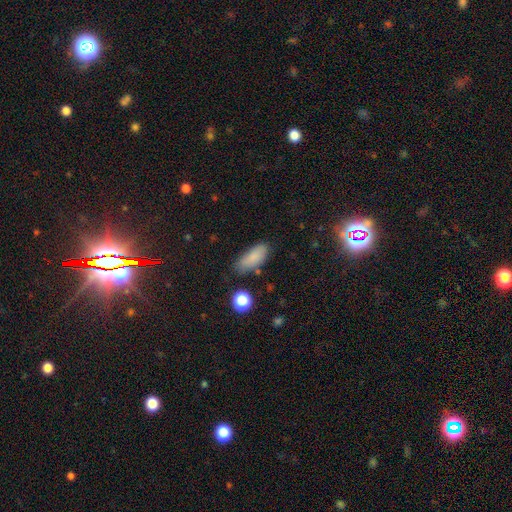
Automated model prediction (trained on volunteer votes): smooth_or_featured: smooth (p=0.83) [alt: star or artifact p=0.09]
how_rounded: in between (p=0.81) [alt: cigar-shaped p=0.16]
merging: none (p=0.65) [alt: minor disturbance p=0.24]